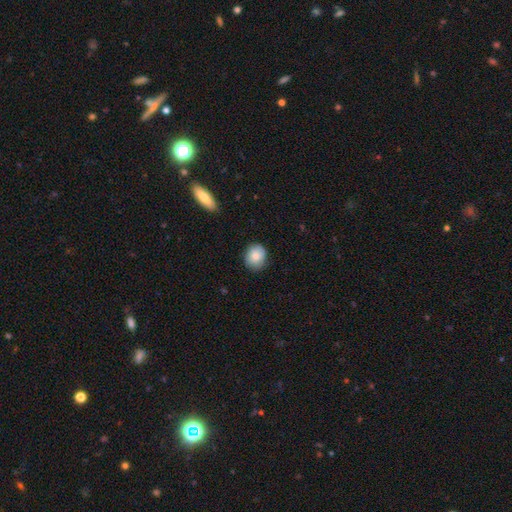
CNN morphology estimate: smooth-or-featured: smooth: 83% | featured or disk: 10% | star or artifact: 7%
  how-rounded: round: 74% | in between: 25% | cigar-shaped: 1%
  merging: none: 81% | minor disturbance: 15% | major disturbance: 3% | merger: 1%